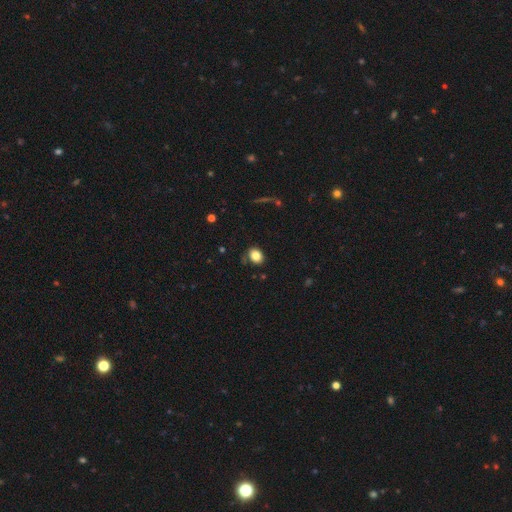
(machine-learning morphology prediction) smooth 82%, star or artifact 11%, featured or disk 7%. Down the decision tree: how rounded — in between (52%); merging — none (79%).